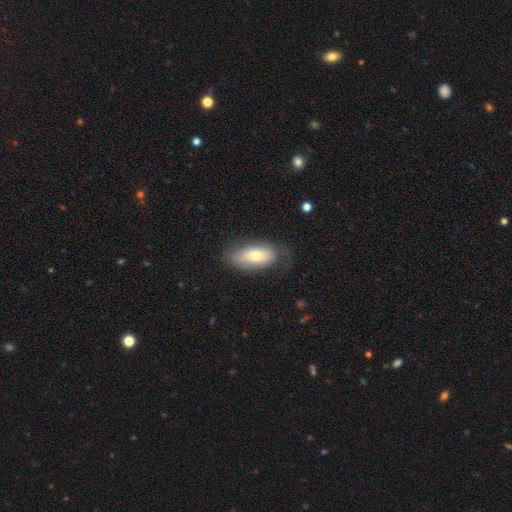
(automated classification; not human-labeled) This is likely a smooth galaxy (64%). How rounded: clearly in between (87%). Merging: likely none (64%).